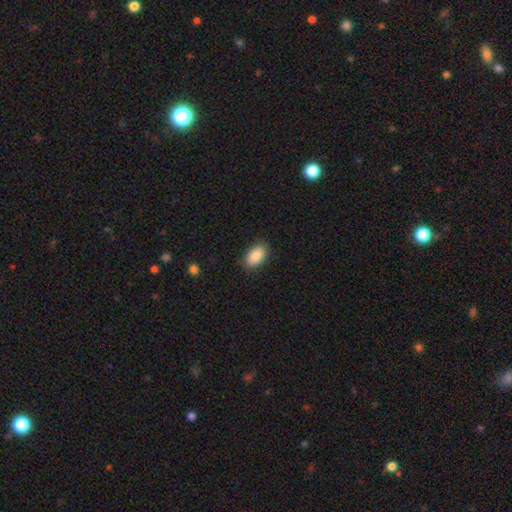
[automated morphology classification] Overall: smooth (87%). How rounded: in between (93%). Merging: none (86%).